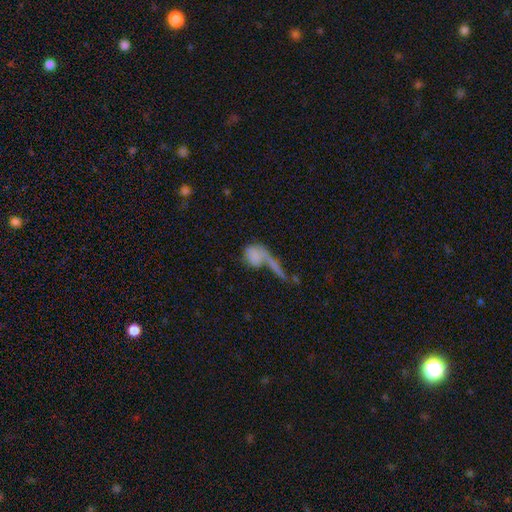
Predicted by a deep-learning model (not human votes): smooth 66%, featured or disk 24%, star or artifact 10%. Down the decision tree: how rounded — round (49%); merging — merger (40%).